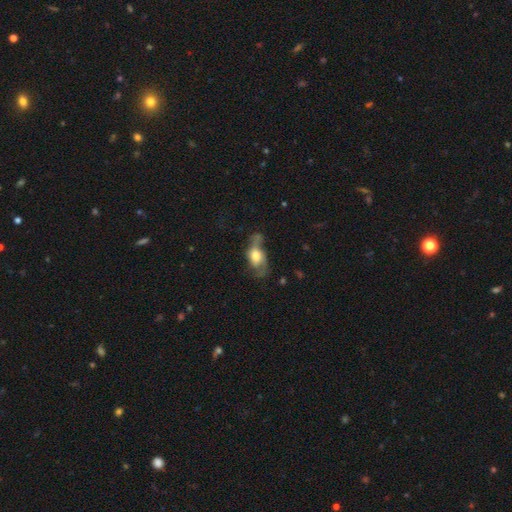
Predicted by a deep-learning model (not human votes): smooth-or-featured: smooth: 52% | featured or disk: 40% | star or artifact: 8%
  how-rounded: in between: 80% | round: 13% | cigar-shaped: 7%
  merging: major disturbance: 36% | none: 30% | minor disturbance: 27% | merger: 7%